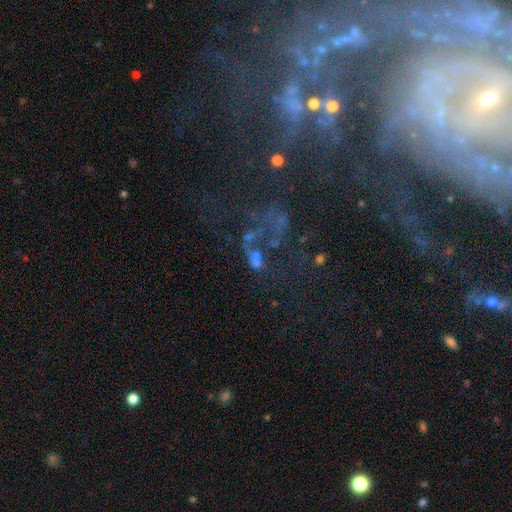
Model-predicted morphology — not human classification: Smooth or featured: featured or disk — 38% (star or artifact — 32%)
Merging: merger — 35% (major disturbance — 30%)